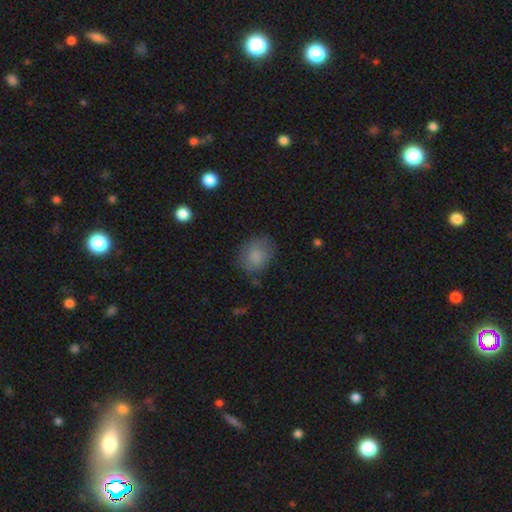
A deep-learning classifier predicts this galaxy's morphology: smooth-or-featured: smooth: 82% | featured or disk: 10% | star or artifact: 9%
  how-rounded: round: 53% | in between: 46% | cigar-shaped: 1%
  merging: none: 71% | minor disturbance: 21% | major disturbance: 7% | merger: 2%